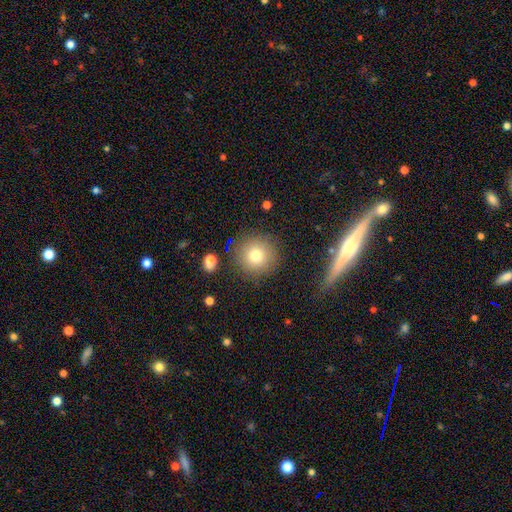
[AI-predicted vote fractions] Smooth or featured: smooth — 76% (star or artifact — 13%)
How rounded: round — 94% (in between — 5%)
Merging: none — 86% (minor disturbance — 8%)